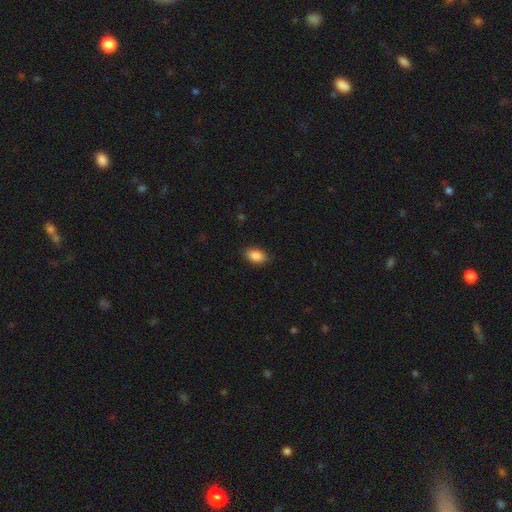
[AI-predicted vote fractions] smooth-or-featured: smooth: 89% | star or artifact: 8% | featured or disk: 4%
  how-rounded: in between: 90% | round: 8% | cigar-shaped: 2%
  merging: none: 87% | minor disturbance: 9% | major disturbance: 2% | merger: 1%